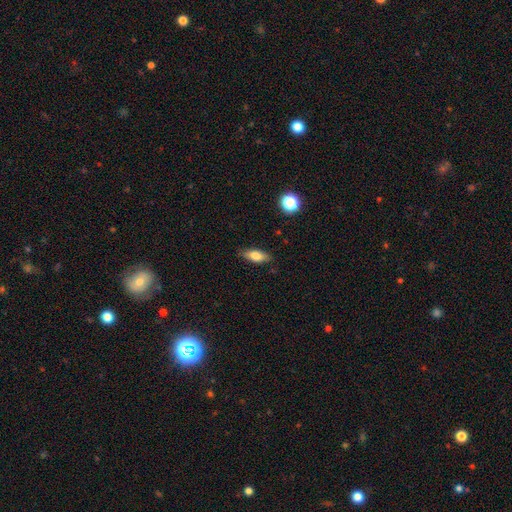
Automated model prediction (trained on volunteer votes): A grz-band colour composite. It shows a smooth galaxy with no disk features (76%) that is in between round and cigar-shaped (76%). Merging: none (83%).